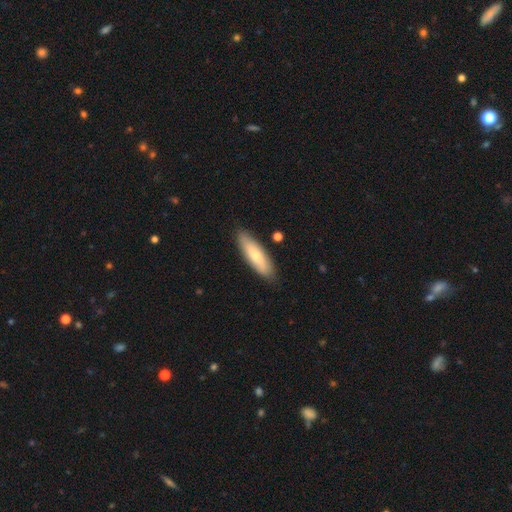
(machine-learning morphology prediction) smooth_or_featured: smooth (p=0.67) [alt: featured or disk p=0.27]
how_rounded: cigar-shaped (p=0.54) [alt: in between p=0.44]
merging: none (p=0.86) [alt: minor disturbance p=0.10]